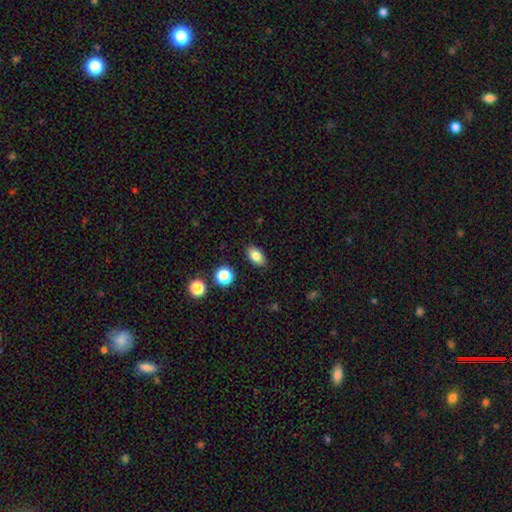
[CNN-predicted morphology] type=smooth (81%); roundness=in between (88%); merging=none (87%).